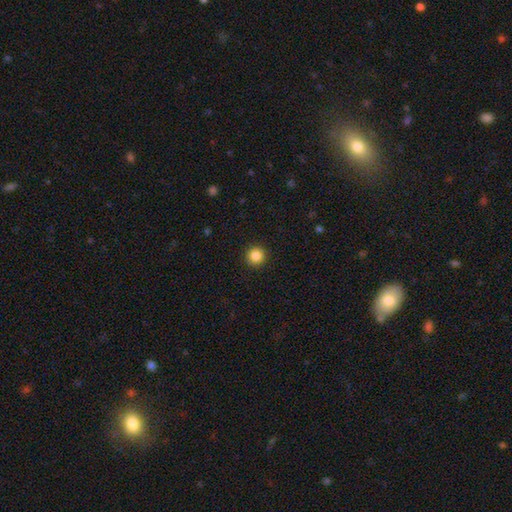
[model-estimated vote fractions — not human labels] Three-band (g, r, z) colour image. It shows a smooth galaxy with no disk features (86%) that is round (96%). Merging: none (93%).